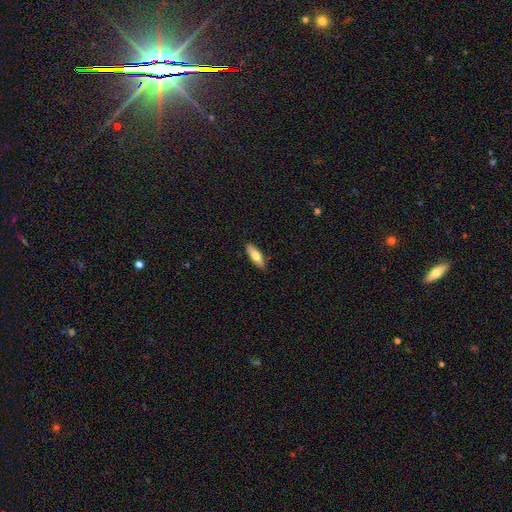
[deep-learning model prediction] Smooth or featured?
  - smooth: 72% *
  - featured or disk: 22%
  - star or artifact: 6%
How rounded?
  - cigar-shaped: 52% *
  - in between: 46%
  - round: 2%
Merging?
  - none: 87% *
  - minor disturbance: 10%
  - major disturbance: 2%
  - merger: 1%